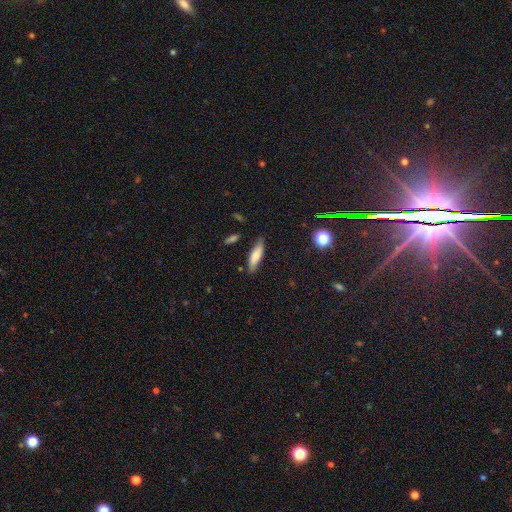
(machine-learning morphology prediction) This appears to be a smooth galaxy with no disk features (72%) that is cigar-shaped (62%). Merging: none (80%).